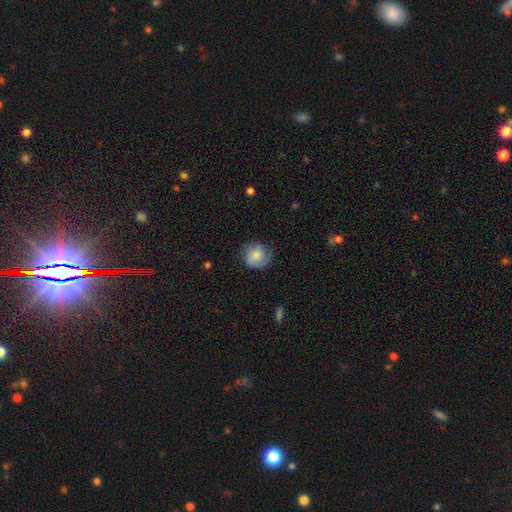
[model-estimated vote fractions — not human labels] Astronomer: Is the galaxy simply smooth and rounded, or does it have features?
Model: smooth — 73%.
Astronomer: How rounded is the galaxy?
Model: round — 87%.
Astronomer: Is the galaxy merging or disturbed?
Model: none — 75%.